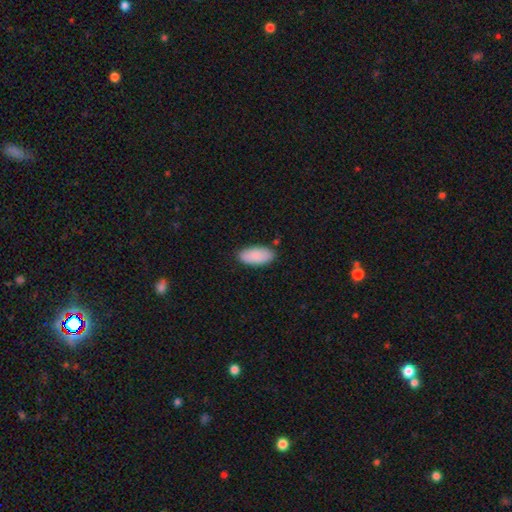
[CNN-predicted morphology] Smooth or featured? Predicted: smooth (p=0.88). How rounded? Predicted: in between (p=0.90). Merging? Predicted: none (p=0.84).